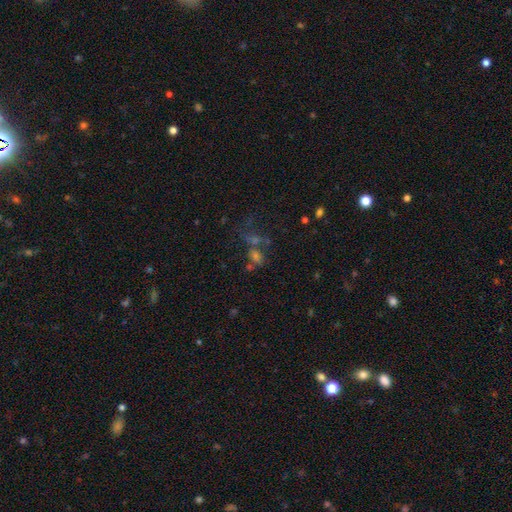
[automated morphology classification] The model was most divided on "merging" (2-way tie): merger: 37%, none: 37%, major disturbance: 15%, minor disturbance: 11%. Remaining: smooth or featured — smooth (40%).